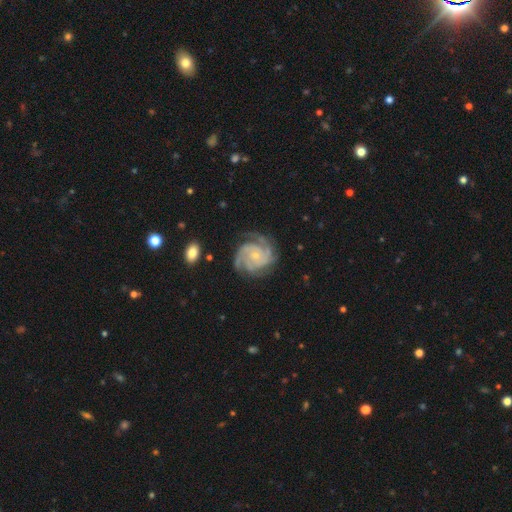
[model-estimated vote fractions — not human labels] Q: Smooth or featured?
A: featured or disk (91%); runner-up: smooth (5%)
Q: Edge-on disk?
A: no (98%); runner-up: yes (2%)
Q: Bar?
A: no (76%); runner-up: weak (19%)
Q: Spiral arms?
A: yes (98%); runner-up: no (2%)
Q: Spiral winding?
A: tight (61%); runner-up: medium (33%)
Q: Spiral arm count?
A: 3 (44%); runner-up: 4 (20%)
Q: Bulge size?
A: small (77%); runner-up: moderate (19%)
Q: Merging?
A: none (75%); runner-up: minor disturbance (17%)